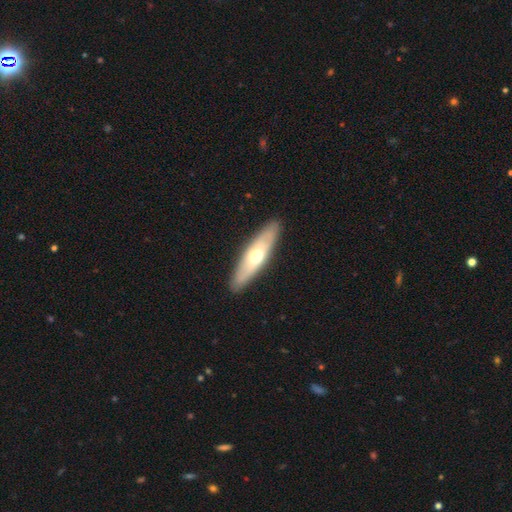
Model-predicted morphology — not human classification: The model was most divided on "smooth or featured": smooth: 48%, featured or disk: 47%, star or artifact: 5%. More confident: merging — none (89%).